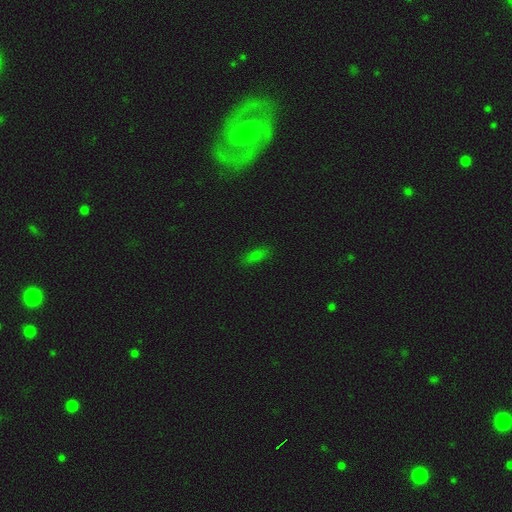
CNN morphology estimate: Smooth or featured? Predicted: smooth (p=0.78). How rounded? Predicted: in between (p=0.67). Merging? Predicted: none (p=0.83).